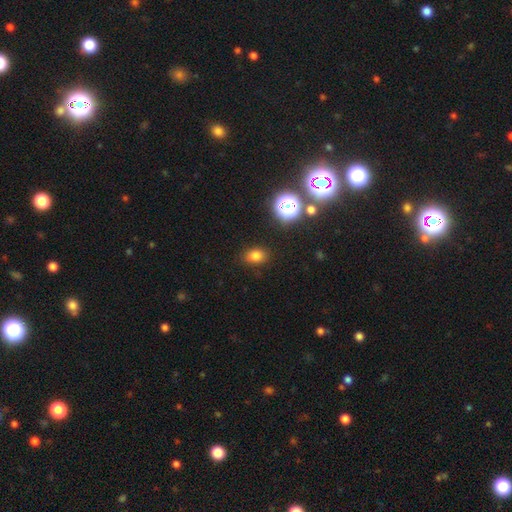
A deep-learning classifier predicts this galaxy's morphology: This is likely a smooth galaxy (76%). How rounded: likely in between (67%). Merging: clearly none (85%).